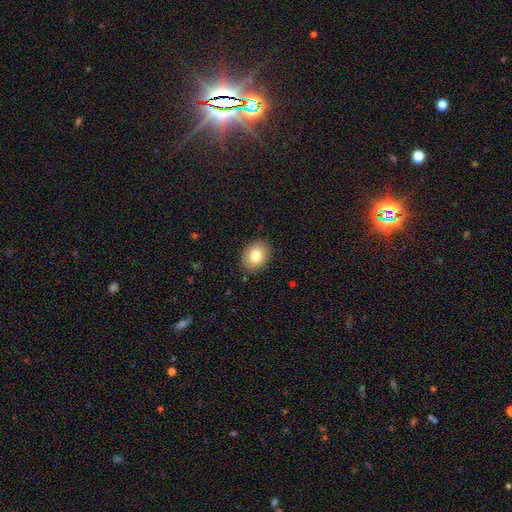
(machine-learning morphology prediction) type=smooth (80%); roundness=in between (57%); merging=none (88%).